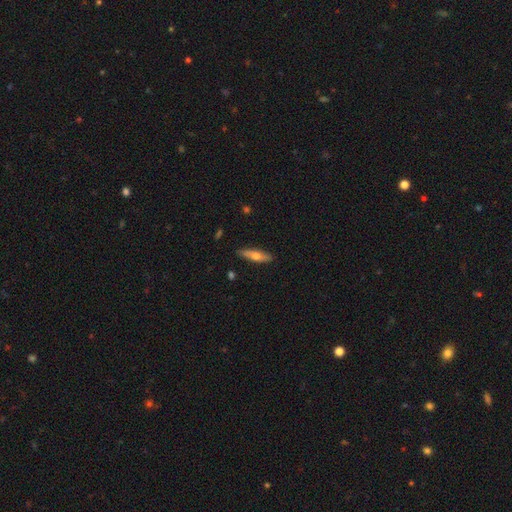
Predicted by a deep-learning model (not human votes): smooth-or-featured: smooth: 58% | featured or disk: 36% | star or artifact: 6%
  how-rounded: cigar-shaped: 71% | in between: 27% | round: 2%
  merging: none: 88% | minor disturbance: 9% | major disturbance: 2% | merger: 1%